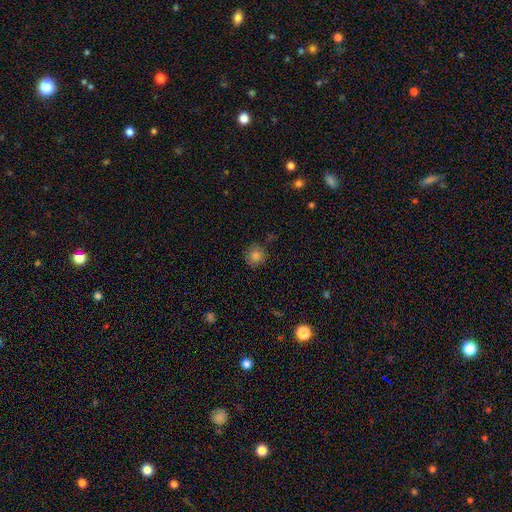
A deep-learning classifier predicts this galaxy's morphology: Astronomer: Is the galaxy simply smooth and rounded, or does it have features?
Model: smooth — 83%.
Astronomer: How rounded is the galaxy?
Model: round — 91%.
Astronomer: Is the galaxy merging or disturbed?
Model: none — 83%.